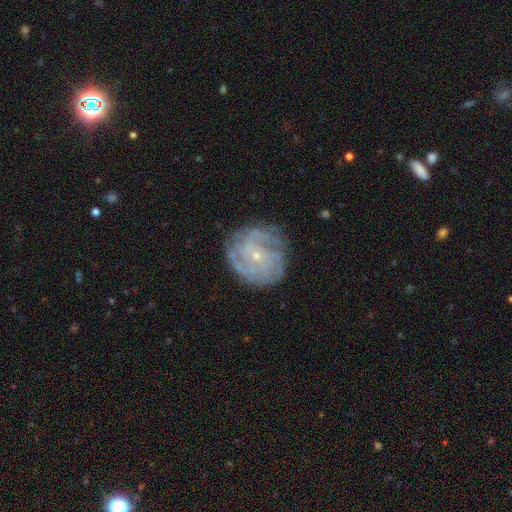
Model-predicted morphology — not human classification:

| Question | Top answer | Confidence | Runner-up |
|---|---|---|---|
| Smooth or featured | featured or disk | 82% | smooth (11%) |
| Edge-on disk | no | 98% | yes (2%) |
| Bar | no | 74% | weak (21%) |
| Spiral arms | yes | 95% | no (5%) |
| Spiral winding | tight | 66% | medium (28%) |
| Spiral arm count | can't tell | 28% | 3 (22%) |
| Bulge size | small | 84% | moderate (12%) |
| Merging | none | 79% | minor disturbance (15%) |